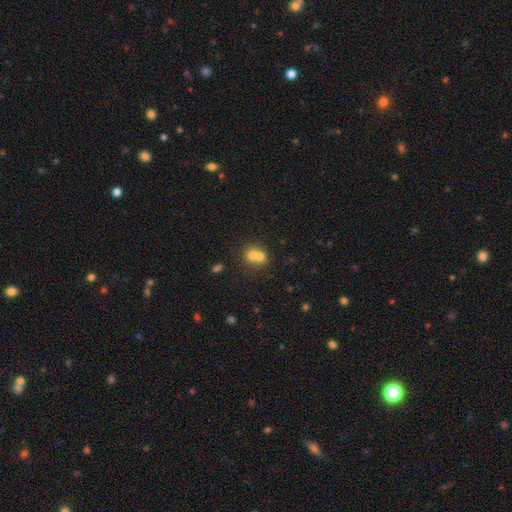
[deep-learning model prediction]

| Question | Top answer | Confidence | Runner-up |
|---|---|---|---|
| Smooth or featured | smooth | 67% | featured or disk (21%) |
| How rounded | round | 75% | in between (24%) |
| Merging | merger | 65% | none (27%) |